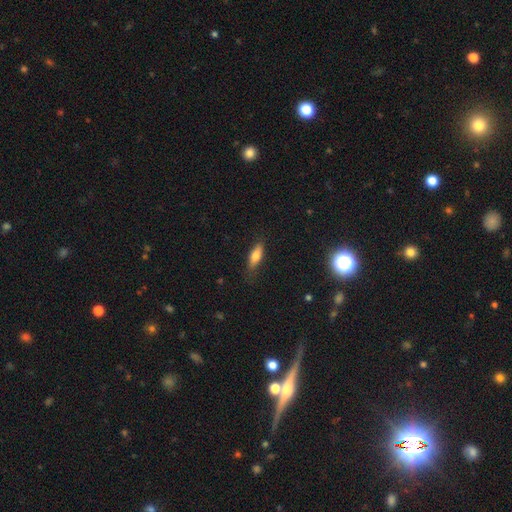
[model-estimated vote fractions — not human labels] A smooth galaxy with no disk features (72%) that is in between round and cigar-shaped (62%). Merging: none (78%).